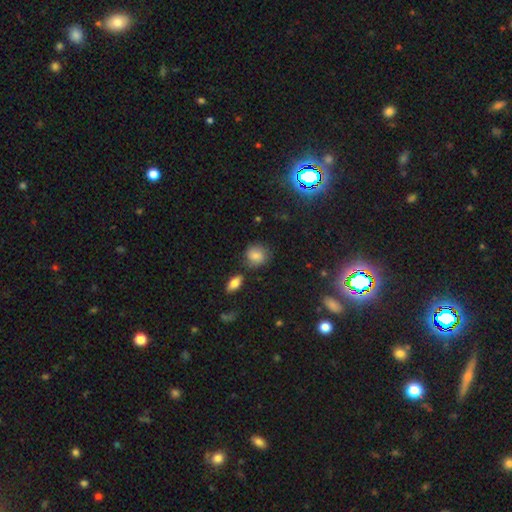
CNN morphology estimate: smooth-or-featured: smooth: 77% | featured or disk: 12% | star or artifact: 12%
  how-rounded: round: 77% | in between: 22% | cigar-shaped: 1%
  merging: none: 71% | minor disturbance: 18% | merger: 6% | major disturbance: 5%